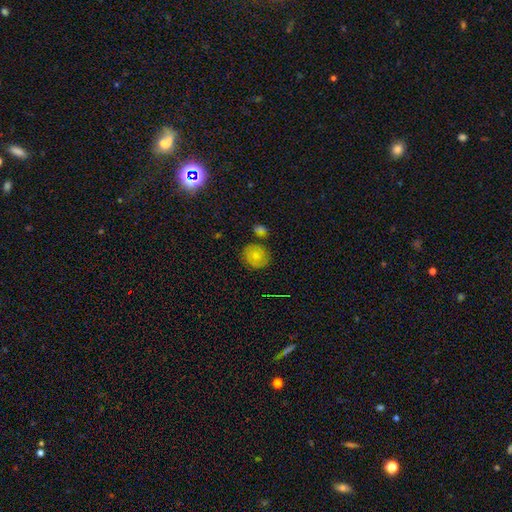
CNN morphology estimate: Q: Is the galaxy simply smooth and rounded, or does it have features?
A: smooth — 65%.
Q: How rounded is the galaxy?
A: round — 80%.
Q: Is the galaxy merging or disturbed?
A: none — 78%.